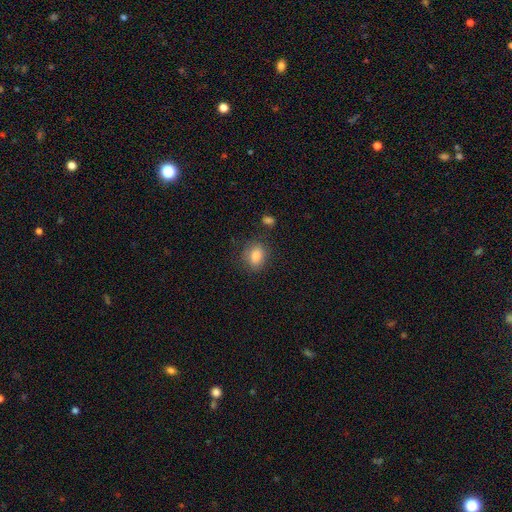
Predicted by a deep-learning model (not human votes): This is clearly a smooth galaxy (83%). How rounded: likely in between (64%). Merging: likely none (79%).